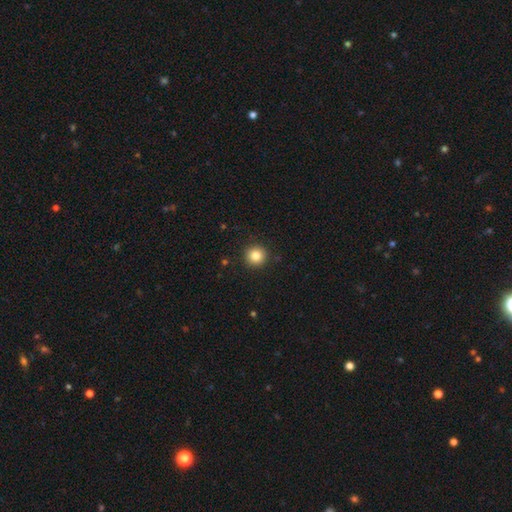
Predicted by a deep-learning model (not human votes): smooth_or_featured: smooth (p=0.84) [alt: star or artifact p=0.11]
how_rounded: round (p=0.94) [alt: in between p=0.05]
merging: none (p=0.92) [alt: minor disturbance p=0.05]